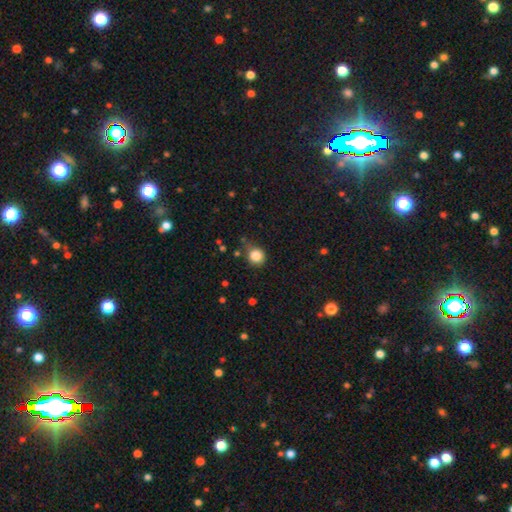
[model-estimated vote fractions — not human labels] Smooth or featured? Predicted: smooth (p=0.85). How rounded? Predicted: round (p=0.87). Merging? Predicted: none (p=0.68).